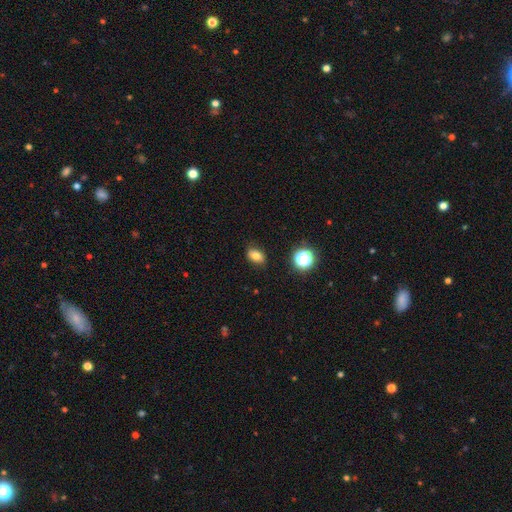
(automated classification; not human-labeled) smooth_or_featured: smooth (p=0.79) [alt: star or artifact p=0.13]
how_rounded: in between (p=0.79) [alt: round p=0.19]
merging: none (p=0.85) [alt: minor disturbance p=0.11]